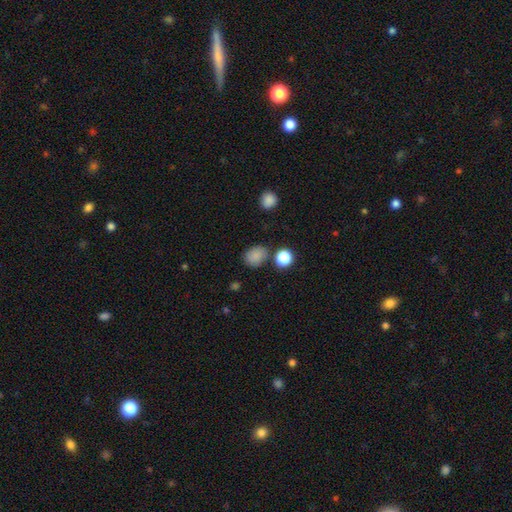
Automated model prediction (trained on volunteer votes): Overall: smooth (83%). How rounded: round (52%; in between 47%). Merging: none (73%).